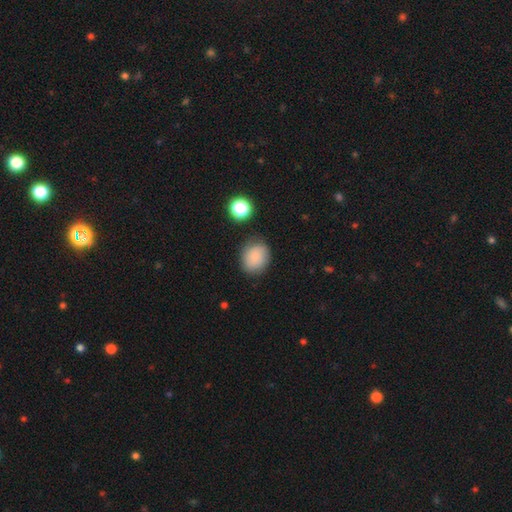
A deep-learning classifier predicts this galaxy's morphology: Smooth or featured?
  - smooth: 77% *
  - featured or disk: 13%
  - star or artifact: 10%
How rounded?
  - round: 66% *
  - in between: 33%
  - cigar-shaped: 1%
Merging?
  - none: 75% *
  - minor disturbance: 17%
  - major disturbance: 4%
  - merger: 3%